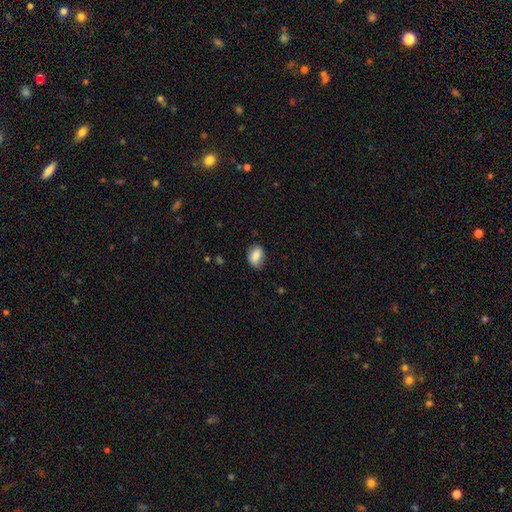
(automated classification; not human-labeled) The model was most divided on "merging": none: 72%, minor disturbance: 23%, major disturbance: 4%, merger: 1%. More confident: smooth or featured — smooth (84%); how rounded — in between (79%).